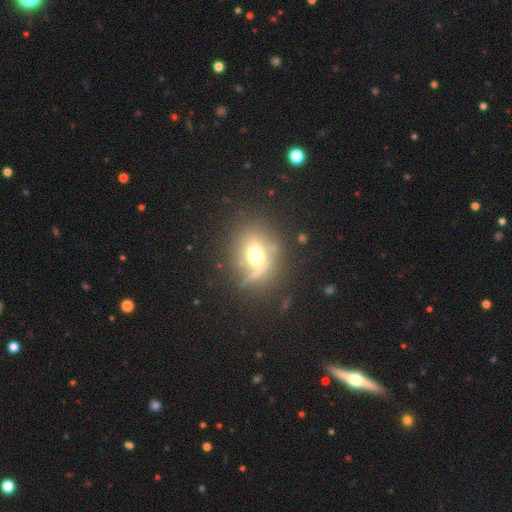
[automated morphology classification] type=smooth (56%); roundness=round (64%); merging=none (60%).